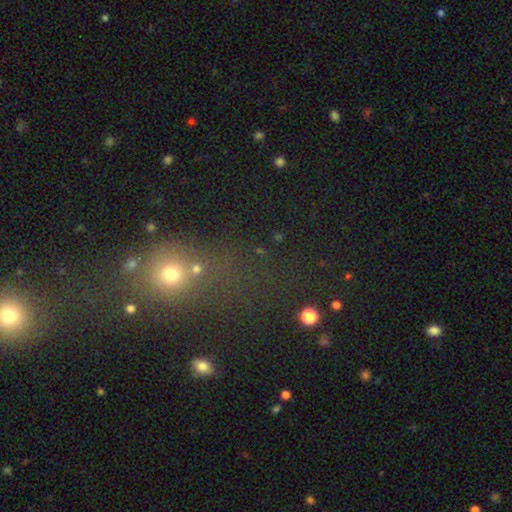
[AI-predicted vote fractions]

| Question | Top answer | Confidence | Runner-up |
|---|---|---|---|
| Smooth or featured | star or artifact | 49% | smooth (39%) |